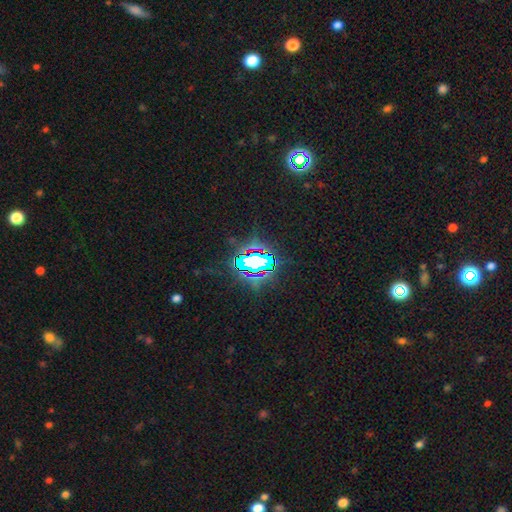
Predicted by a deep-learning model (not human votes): Overall: star or artifact (78%).